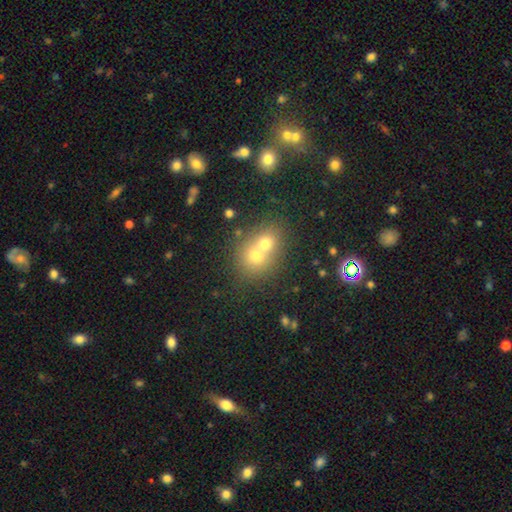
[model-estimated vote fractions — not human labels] smooth-or-featured: smooth: 66% | featured or disk: 21% | star or artifact: 13%
  how-rounded: round: 71% | in between: 28% | cigar-shaped: 1%
  merging: merger: 67% | none: 25% | minor disturbance: 5% | major disturbance: 3%